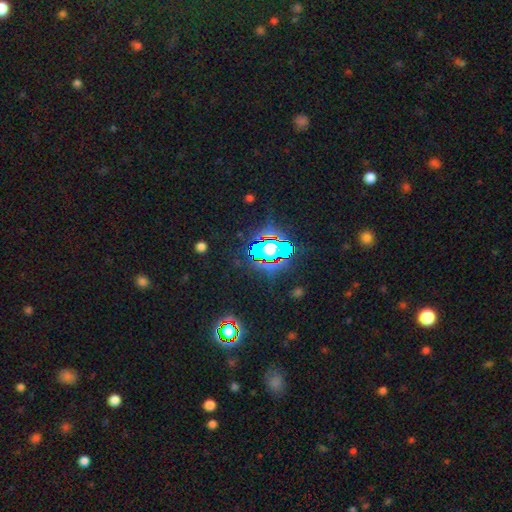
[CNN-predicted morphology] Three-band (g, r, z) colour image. It shows a star or artifact, not a galaxy (77%).